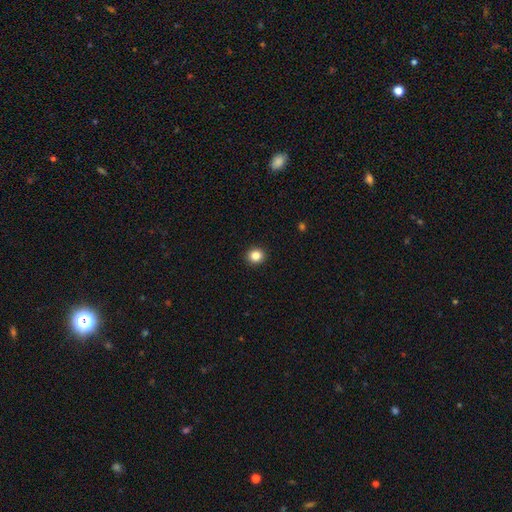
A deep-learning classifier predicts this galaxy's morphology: A smooth galaxy with no disk features (84%) that is round (90%).

Vote fractions:
- Smooth or featured? smooth: 84% / star or artifact: 11% / featured or disk: 4%
- How rounded? round: 90% / in between: 10% / cigar-shaped: 1%
- Merging? none: 93% / minor disturbance: 4% / major disturbance: 1% / merger: 1%